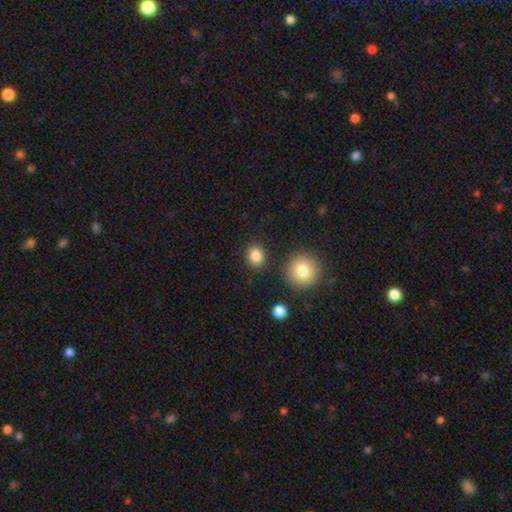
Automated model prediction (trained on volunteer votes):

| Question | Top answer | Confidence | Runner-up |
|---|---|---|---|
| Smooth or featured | smooth | 85% | star or artifact (10%) |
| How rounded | round | 65% | in between (34%) |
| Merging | none | 86% | minor disturbance (8%) |